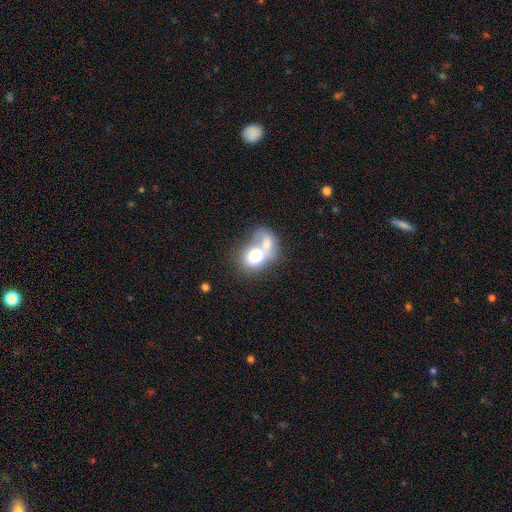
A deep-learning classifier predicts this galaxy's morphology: Smooth or featured? smooth (69%)
How rounded? in between (59%)
Merging? merger (73%)